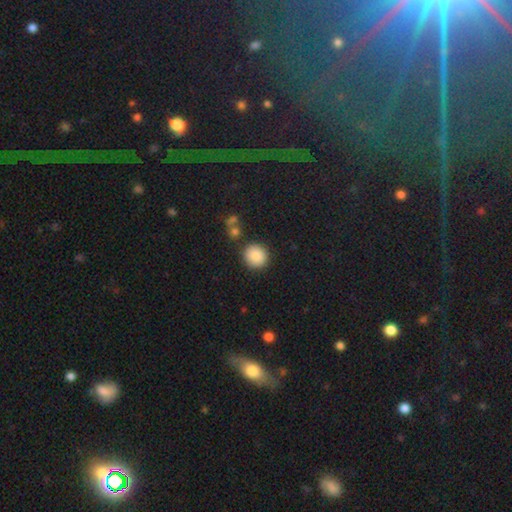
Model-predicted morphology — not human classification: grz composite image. It shows a smooth galaxy with no disk features (88%) that is round (89%). Merging: none (87%).